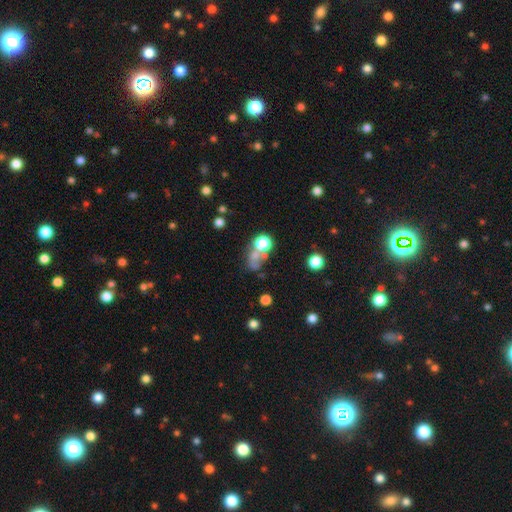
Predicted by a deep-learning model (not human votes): This appears to be a smooth galaxy with no disk features (57%) that is round (58%). Merging: merger (41%).